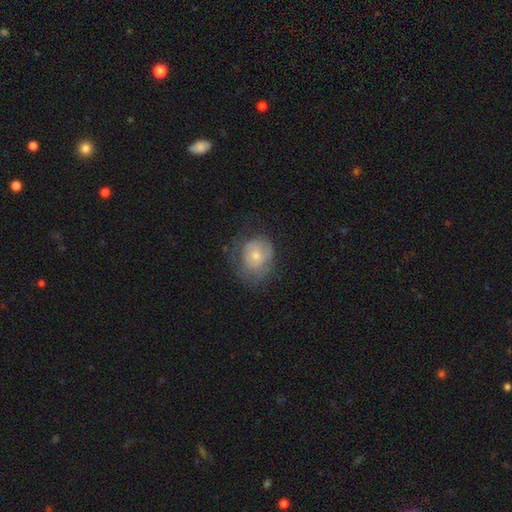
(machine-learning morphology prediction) Smooth or featured? smooth (60%)
How rounded? round (62%)
Merging? none (50%)